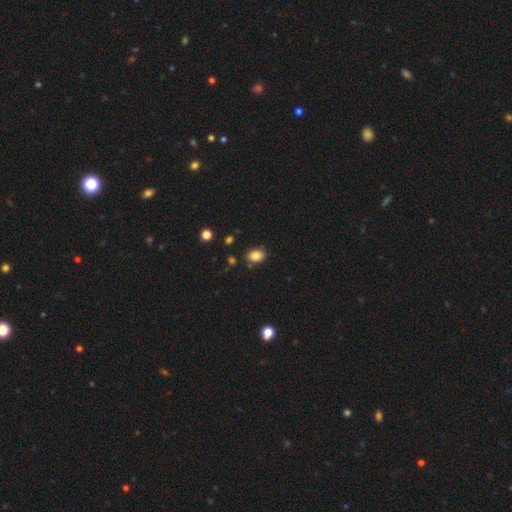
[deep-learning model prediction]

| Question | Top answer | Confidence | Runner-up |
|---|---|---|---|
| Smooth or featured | smooth | 85% | star or artifact (10%) |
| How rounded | in between | 69% | round (29%) |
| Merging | none | 82% | minor disturbance (12%) |